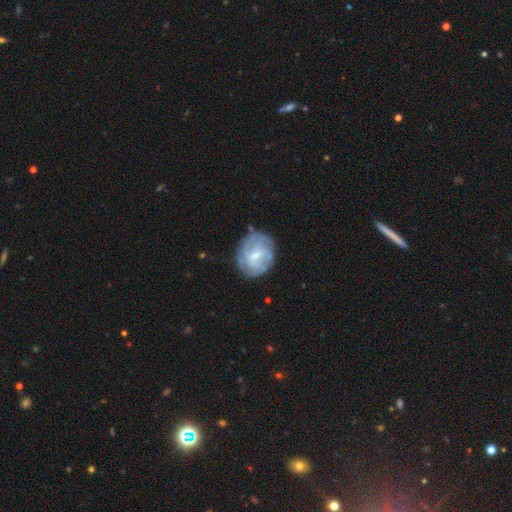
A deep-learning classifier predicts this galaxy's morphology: Smooth or featured?
  - featured or disk: 63% *
  - smooth: 30%
  - star or artifact: 7%
Edge-on disk?
  - no: 97% *
  - yes: 3%
Bar?
  - weak: 51% *
  - no: 39%
  - strong: 11%
Spiral arms?
  - yes: 66% *
  - no: 34%
Bulge size?
  - small: 63% *
  - moderate: 32%
  - none: 3%
  - large: 1%
  - dominant: 1%
Merging?
  - none: 72% *
  - minor disturbance: 19%
  - major disturbance: 7%
  - merger: 2%